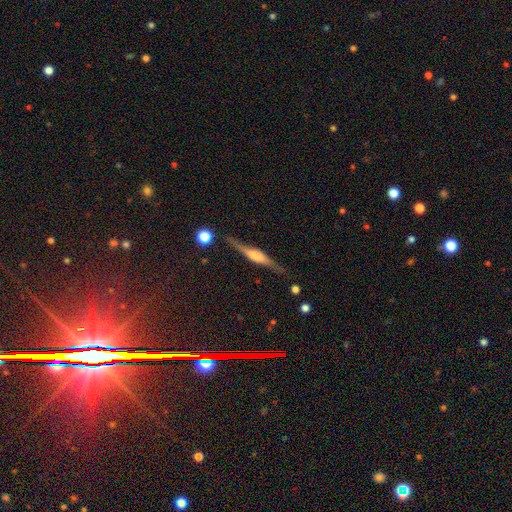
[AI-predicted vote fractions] A featured or disk galaxy (74%) viewed edge-on (96%) with a rounded central bulge (47%). Merging: none (82%).